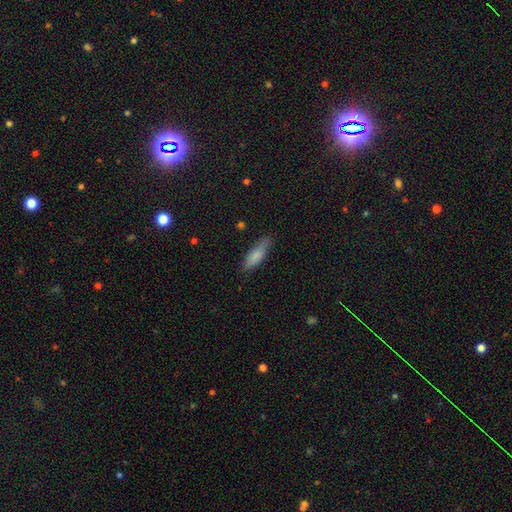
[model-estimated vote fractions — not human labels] Smooth or featured? smooth (82%)
How rounded? cigar-shaped (50%)
Merging? none (75%)